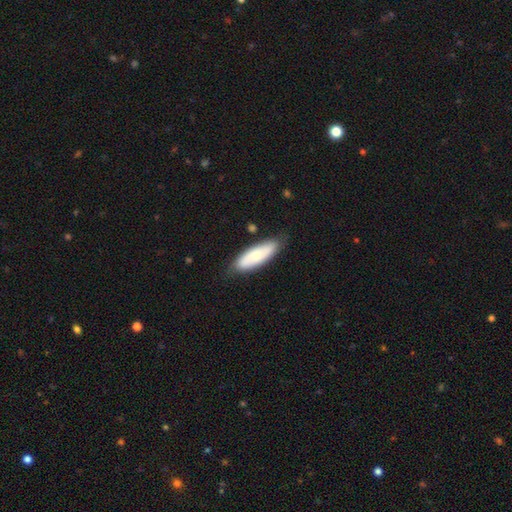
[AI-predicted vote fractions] The model was most divided on "how rounded": in between: 59%, cigar-shaped: 40%, round: 2%. More confident: merging — none (80%); smooth or featured — smooth (68%).